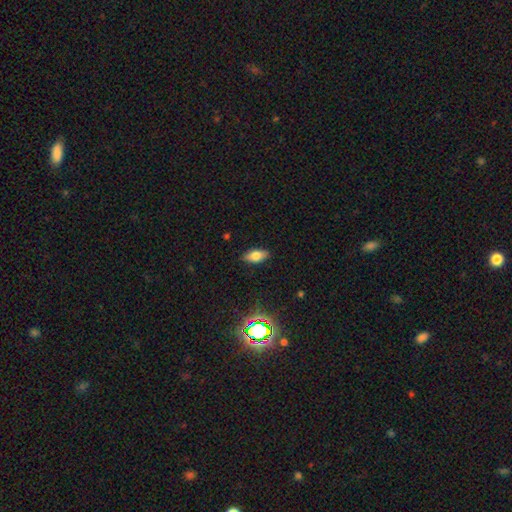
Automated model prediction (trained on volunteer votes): Smooth or featured: smooth — 72% (featured or disk — 16%)
How rounded: in between — 86% (cigar-shaped — 10%)
Merging: none — 86% (minor disturbance — 10%)